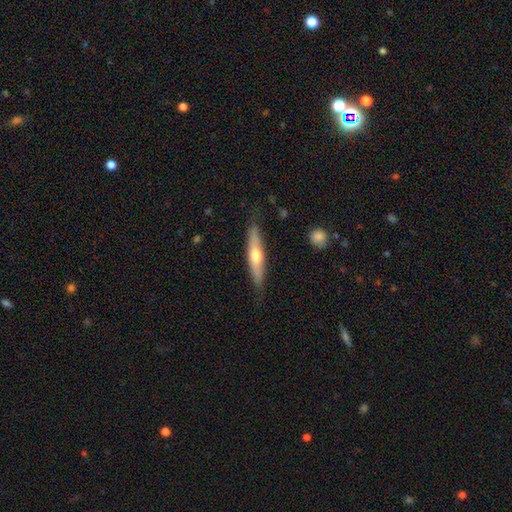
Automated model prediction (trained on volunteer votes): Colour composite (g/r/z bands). It shows a smooth galaxy with no disk features (49%). Merging: none (83%).